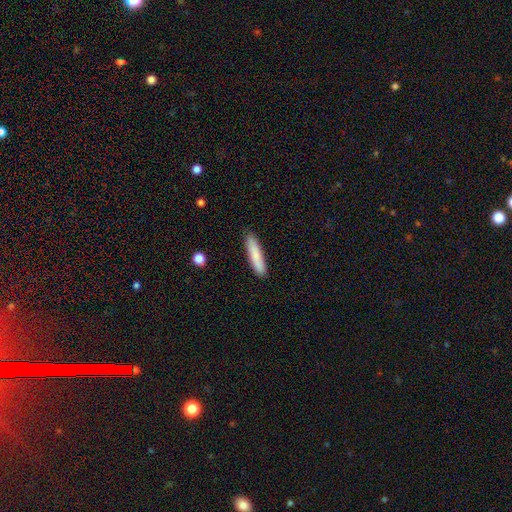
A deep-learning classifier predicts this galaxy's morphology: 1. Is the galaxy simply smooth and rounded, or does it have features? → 83% smooth, 11% featured or disk, 6% star or artifact.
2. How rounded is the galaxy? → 86% cigar-shaped, 12% in between, 1% round.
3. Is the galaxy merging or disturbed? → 88% none, 9% minor disturbance, 2% major disturbance, 1% merger.